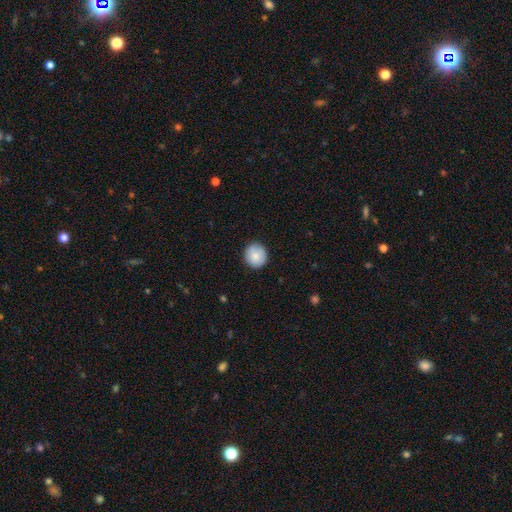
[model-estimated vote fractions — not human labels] This appears to be a smooth galaxy with no disk features (84%) that is round (90%). Merging: none (88%).